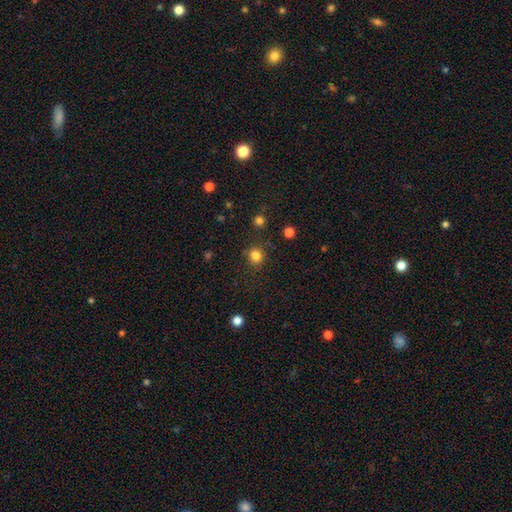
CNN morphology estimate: This appears to be a smooth galaxy with no disk features (82%) that is round (87%). Merging: none (81%).